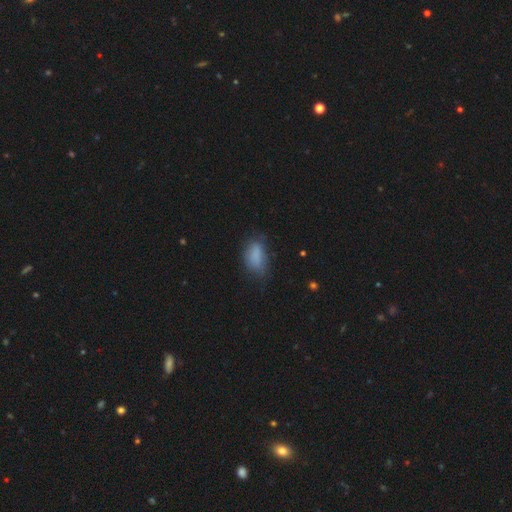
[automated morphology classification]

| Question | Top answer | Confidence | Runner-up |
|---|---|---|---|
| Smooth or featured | smooth | 80% | featured or disk (10%) |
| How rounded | in between | 88% | cigar-shaped (6%) |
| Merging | none | 58% | minor disturbance (30%) |